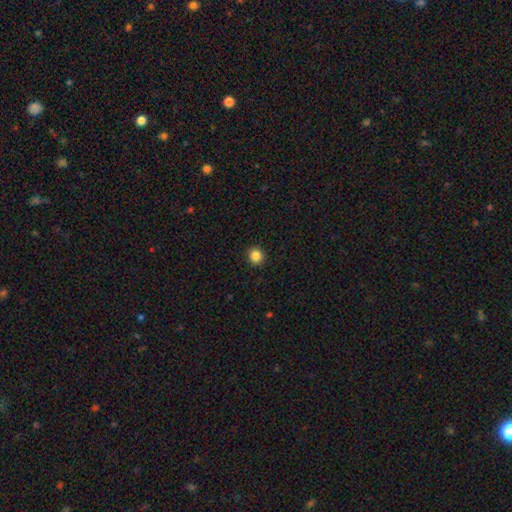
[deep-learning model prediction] This is clearly a smooth galaxy (85%). How rounded: clearly round (92%). Merging: clearly none (93%).